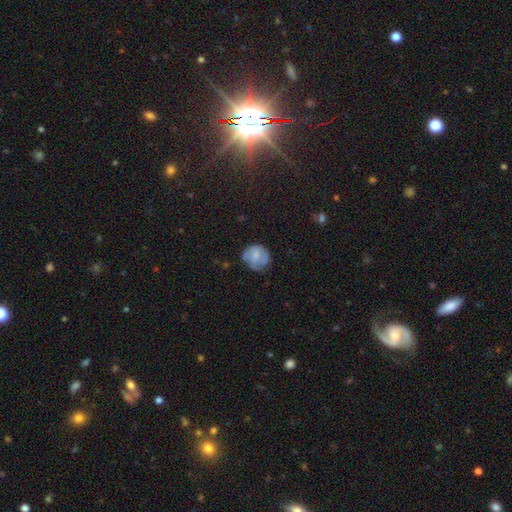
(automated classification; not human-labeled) This is possibly a smooth galaxy (59%). How rounded: clearly round (81%). Merging: likely none (61%).